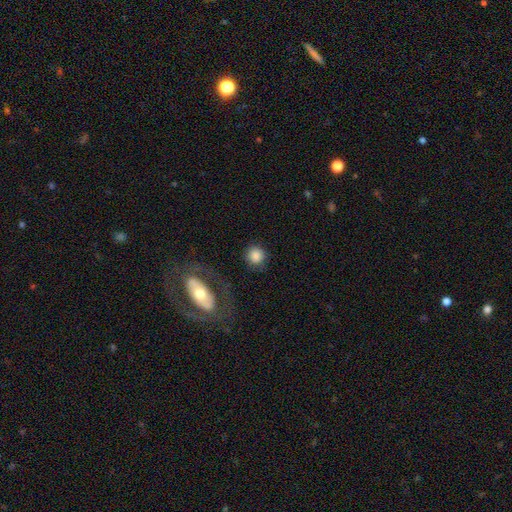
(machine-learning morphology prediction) smooth_or_featured: smooth (p=0.80) [alt: featured or disk p=0.12]
how_rounded: round (p=0.87) [alt: in between p=0.11]
merging: none (p=0.78) [alt: minor disturbance p=0.10]